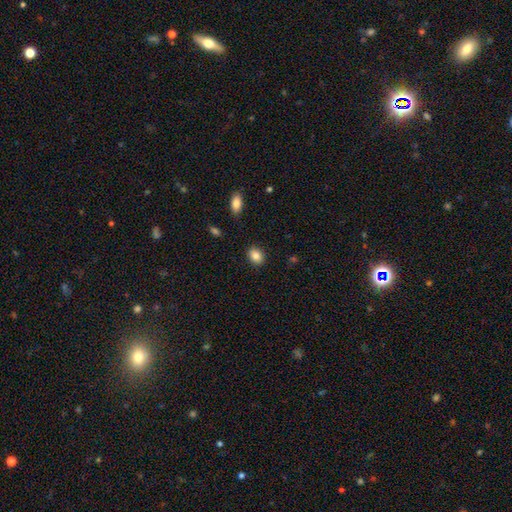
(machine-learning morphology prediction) smooth_or_featured: smooth (p=0.85) [alt: star or artifact p=0.09]
how_rounded: in between (p=0.56) [alt: round p=0.43]
merging: none (p=0.88) [alt: minor disturbance p=0.08]